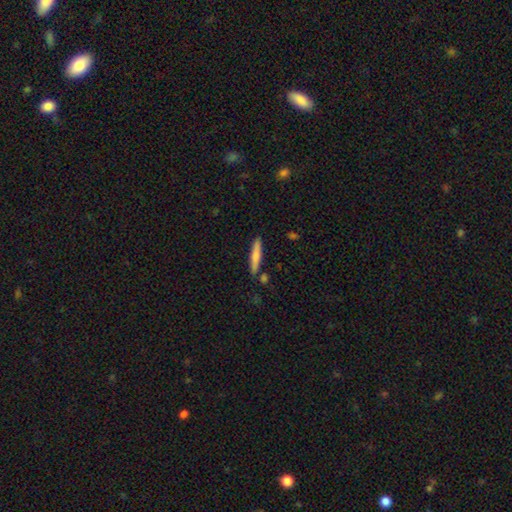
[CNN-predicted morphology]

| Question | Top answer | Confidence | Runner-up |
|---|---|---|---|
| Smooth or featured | smooth | 72% | featured or disk (22%) |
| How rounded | cigar-shaped | 90% | in between (8%) |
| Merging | none | 83% | minor disturbance (10%) |